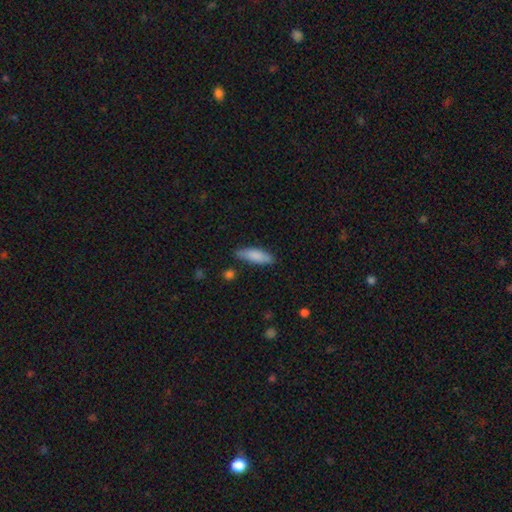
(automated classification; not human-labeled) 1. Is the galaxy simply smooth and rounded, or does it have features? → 83% smooth, 11% featured or disk, 6% star or artifact.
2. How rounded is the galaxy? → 50% in between, 48% cigar-shaped, 2% round.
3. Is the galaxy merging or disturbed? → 78% none, 16% minor disturbance, 3% major disturbance, 3% merger.